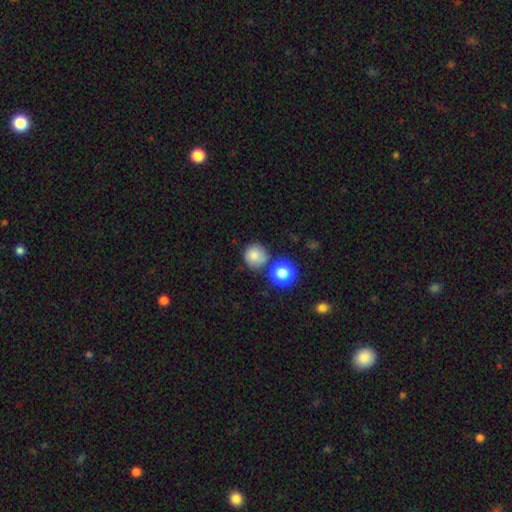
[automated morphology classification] smooth-or-featured: smooth: 80% | star or artifact: 12% | featured or disk: 8%
  how-rounded: round: 92% | in between: 7% | cigar-shaped: 1%
  merging: none: 69% | minor disturbance: 14% | merger: 12% | major disturbance: 4%